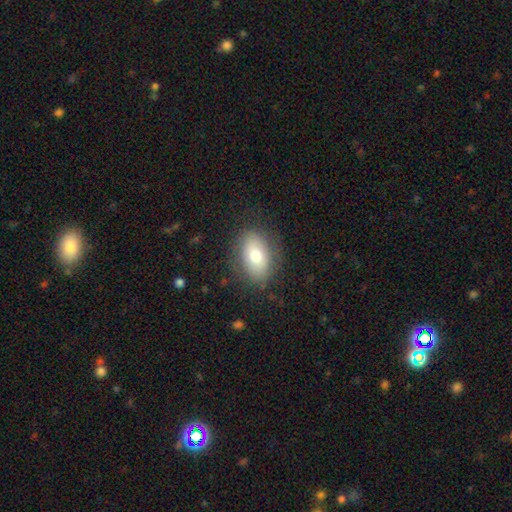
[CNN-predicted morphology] Smooth or featured? Predicted: smooth (p=0.73). How rounded? Predicted: in between (p=0.87). Merging? Predicted: none (p=0.82).